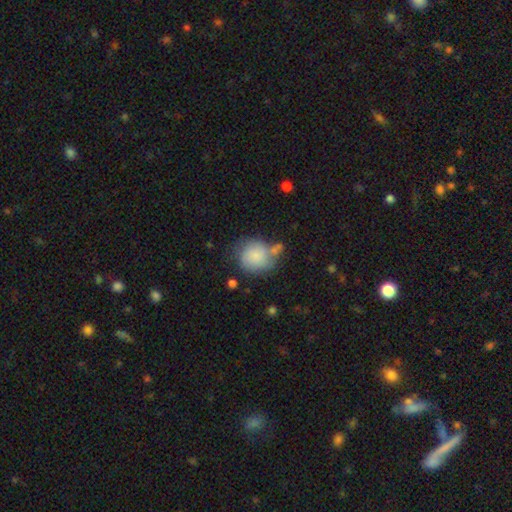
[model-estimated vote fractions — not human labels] Smooth or featured?
  - smooth: 82% *
  - featured or disk: 11%
  - star or artifact: 7%
How rounded?
  - round: 84% *
  - in between: 15%
  - cigar-shaped: 1%
Merging?
  - none: 49% *
  - minor disturbance: 23%
  - merger: 18%
  - major disturbance: 10%